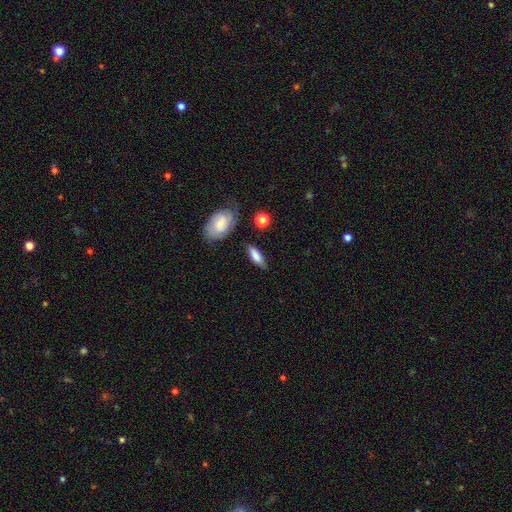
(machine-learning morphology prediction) Q: Smooth or featured?
A: smooth (74%); runner-up: featured or disk (20%)
Q: How rounded?
A: in between (63%); runner-up: cigar-shaped (34%)
Q: Merging?
A: none (73%); runner-up: minor disturbance (18%)